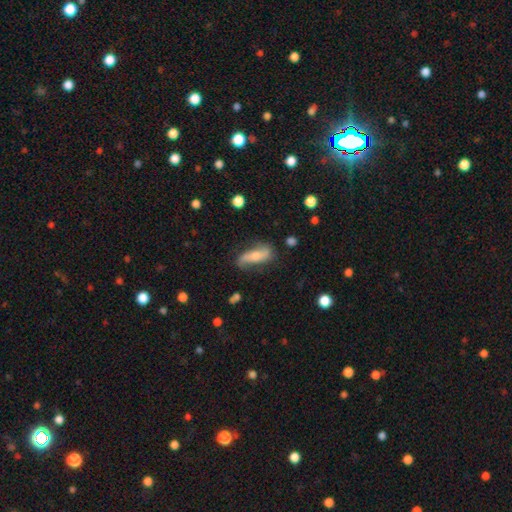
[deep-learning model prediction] featured or disk 48%, smooth 45%, star or artifact 7%. Down the decision tree: merging — none (66%).